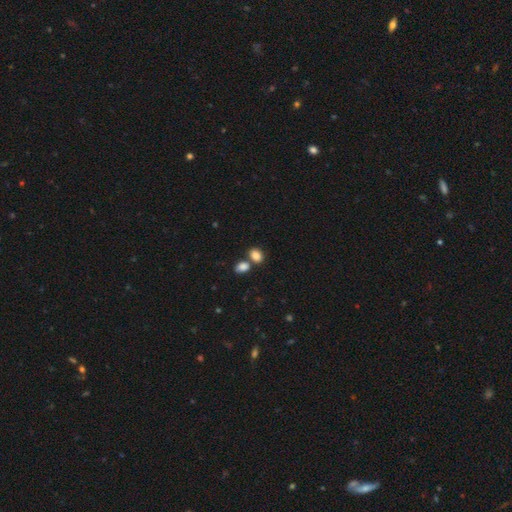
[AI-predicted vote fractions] Morphology: type=smooth (85%); roundness=in between (69%); merging=none (51%).